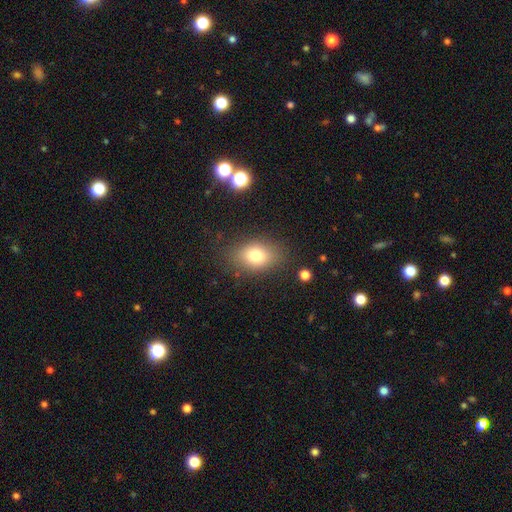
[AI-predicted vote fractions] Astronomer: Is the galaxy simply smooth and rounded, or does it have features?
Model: smooth — 77%.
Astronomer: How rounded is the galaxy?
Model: in between — 76%.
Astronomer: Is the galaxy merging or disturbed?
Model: none — 80%.